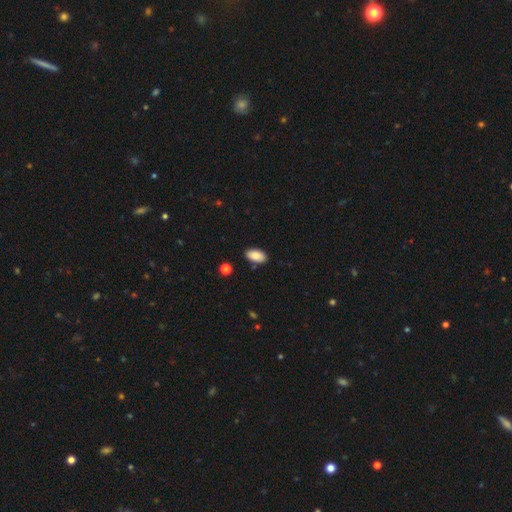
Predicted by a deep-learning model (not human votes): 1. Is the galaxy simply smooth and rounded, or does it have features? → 87% smooth, 7% star or artifact, 5% featured or disk.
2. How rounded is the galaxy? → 94% in between, 3% round, 2% cigar-shaped.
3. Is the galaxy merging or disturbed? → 85% none, 10% minor disturbance, 2% merger, 2% major disturbance.